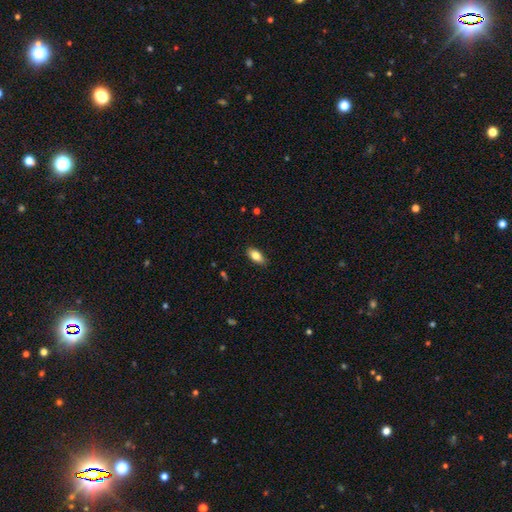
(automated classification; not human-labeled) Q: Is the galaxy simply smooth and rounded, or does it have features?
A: smooth — 81%.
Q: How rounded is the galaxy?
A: in between — 88%.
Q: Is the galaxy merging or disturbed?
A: none — 86%.